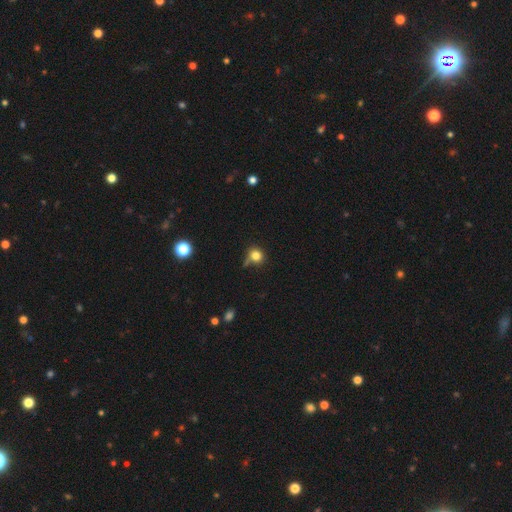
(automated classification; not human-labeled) A smooth galaxy with no disk features (80%) that is round (86%). Merging: none (63%).